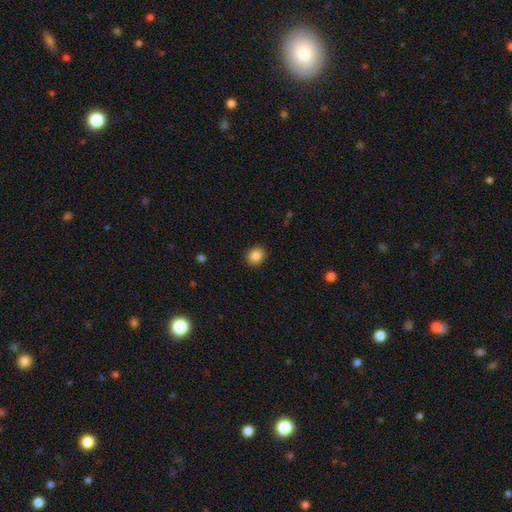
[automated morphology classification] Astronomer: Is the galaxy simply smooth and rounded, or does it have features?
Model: smooth — 86%.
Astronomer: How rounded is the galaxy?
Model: round — 68%.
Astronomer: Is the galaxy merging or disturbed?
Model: none — 90%.